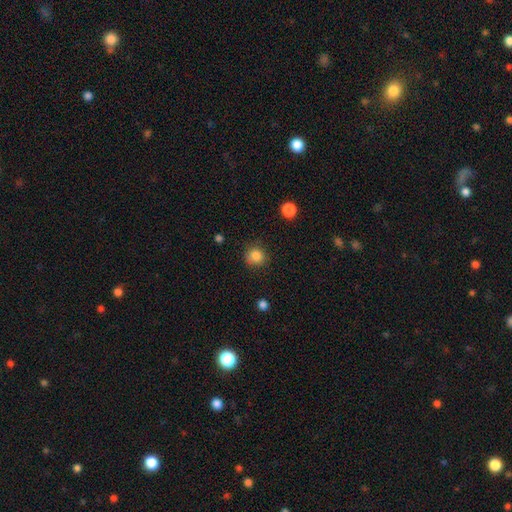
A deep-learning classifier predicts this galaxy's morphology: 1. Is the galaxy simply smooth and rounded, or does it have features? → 85% smooth, 11% star or artifact, 4% featured or disk.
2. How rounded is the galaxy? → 87% round, 12% in between, 1% cigar-shaped.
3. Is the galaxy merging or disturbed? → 79% none, 15% minor disturbance, 4% major disturbance, 2% merger.